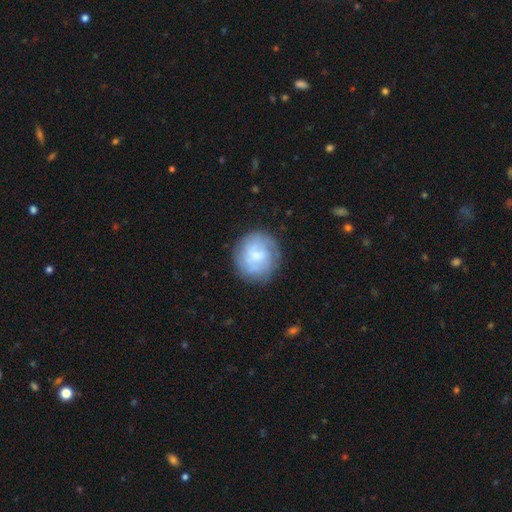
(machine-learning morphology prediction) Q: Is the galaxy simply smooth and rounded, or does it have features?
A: smooth — 52%.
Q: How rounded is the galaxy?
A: round — 86%.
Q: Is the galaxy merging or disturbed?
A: none — 75%.